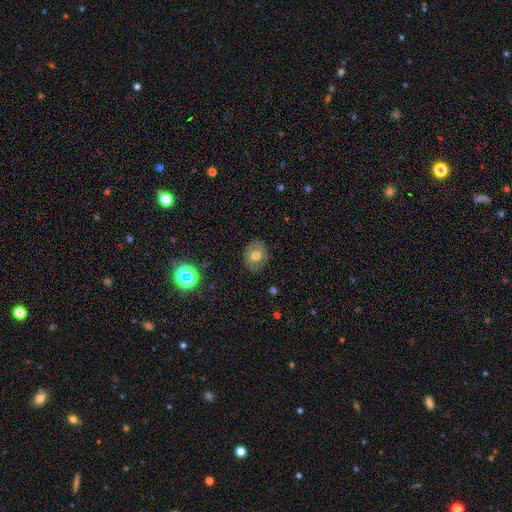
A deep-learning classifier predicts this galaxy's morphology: Q: Smooth or featured?
A: smooth (58%); runner-up: featured or disk (32%)
Q: How rounded?
A: round (55%); runner-up: in between (44%)
Q: Merging?
A: none (83%); runner-up: minor disturbance (13%)